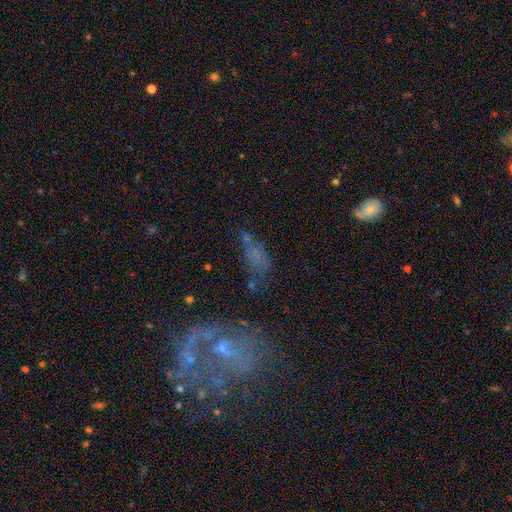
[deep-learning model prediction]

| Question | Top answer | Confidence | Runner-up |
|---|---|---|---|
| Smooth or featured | featured or disk | 41% | smooth (39%) |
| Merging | none | 41% | minor disturbance (22%) |